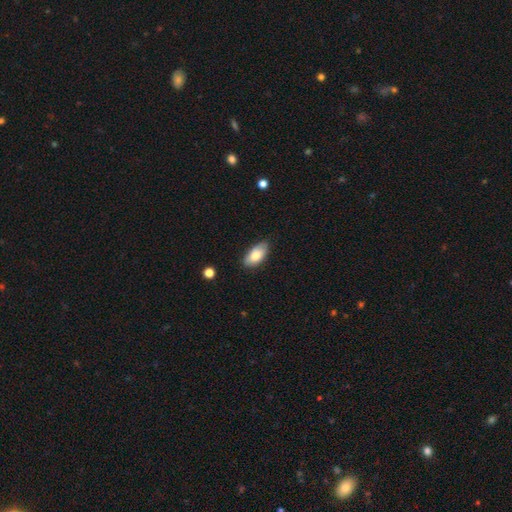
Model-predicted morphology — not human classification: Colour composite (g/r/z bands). It shows a smooth galaxy with no disk features (77%) that is in between round and cigar-shaped (92%). Merging: none (78%).